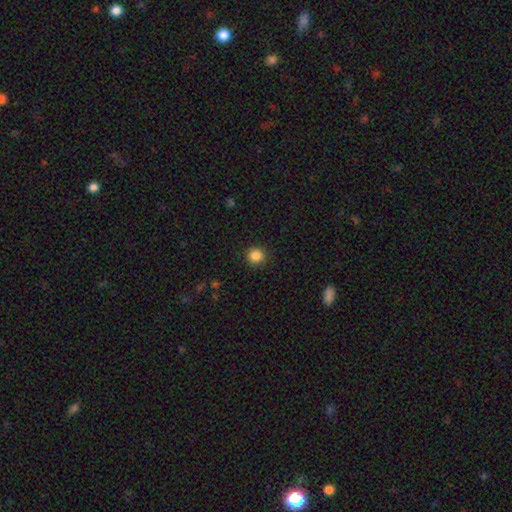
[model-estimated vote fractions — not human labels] A smooth galaxy with no disk features (86%) that is round (94%).

Vote fractions:
- Smooth or featured? smooth: 86% / star or artifact: 11% / featured or disk: 3%
- How rounded? round: 94% / in between: 5% / cigar-shaped: 1%
- Merging? none: 92% / minor disturbance: 5% / major disturbance: 2% / merger: 1%